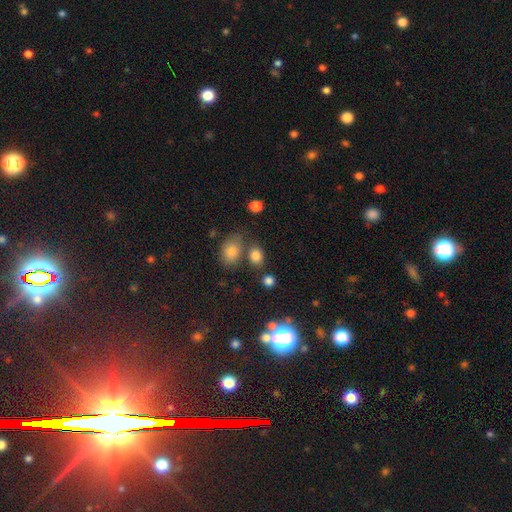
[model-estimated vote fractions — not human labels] Smooth or featured? smooth (81%)
How rounded? in between (54%)
Merging? none (68%)